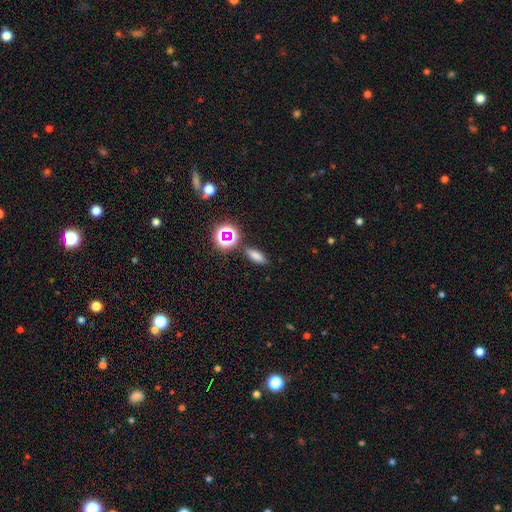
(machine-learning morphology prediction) A smooth galaxy with no disk features (73%) that is in between round and cigar-shaped (67%). Merging: none (82%).